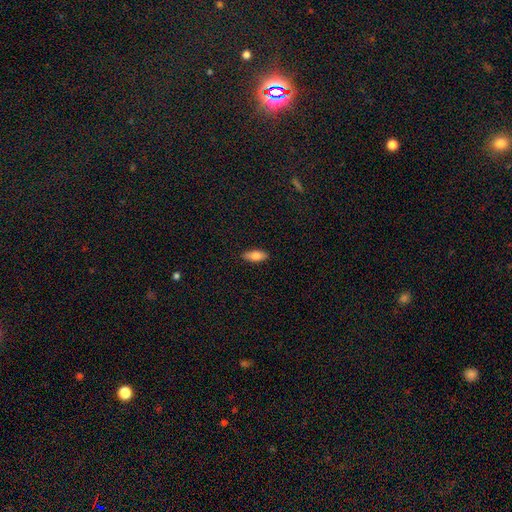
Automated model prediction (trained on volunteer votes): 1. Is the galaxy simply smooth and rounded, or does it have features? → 77% smooth, 16% featured or disk, 7% star or artifact.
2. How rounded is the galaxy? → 81% in between, 16% cigar-shaped, 3% round.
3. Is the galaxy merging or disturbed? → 89% none, 8% minor disturbance, 2% major disturbance, 1% merger.